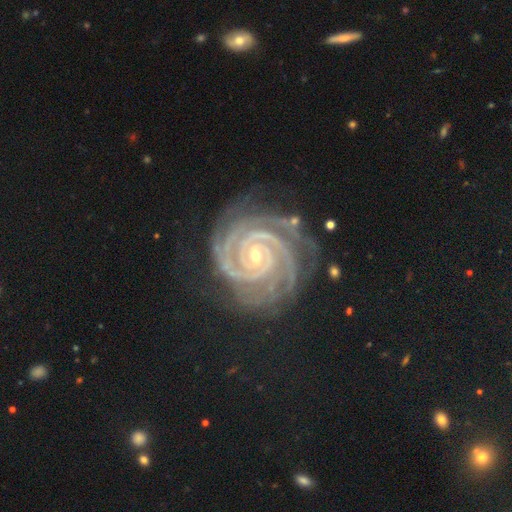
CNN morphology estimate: The model was most divided on "bar": no: 47%, weak: 31%, strong: 22%. Remaining: spiral arms — yes (99%); edge-on disk — no (98%); smooth or featured — featured or disk (93%); spiral winding — tight (89%); merging — none (74%); bulge size — small (69%); spiral arm count — 2 (43%).